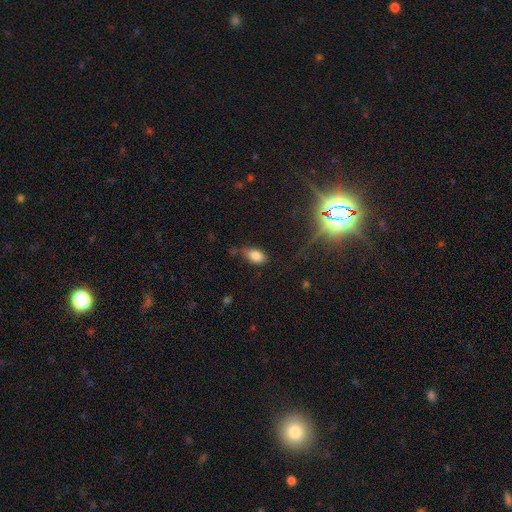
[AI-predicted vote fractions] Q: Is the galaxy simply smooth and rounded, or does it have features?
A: smooth — 81%.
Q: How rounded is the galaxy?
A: in between — 90%.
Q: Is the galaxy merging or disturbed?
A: none — 58%.